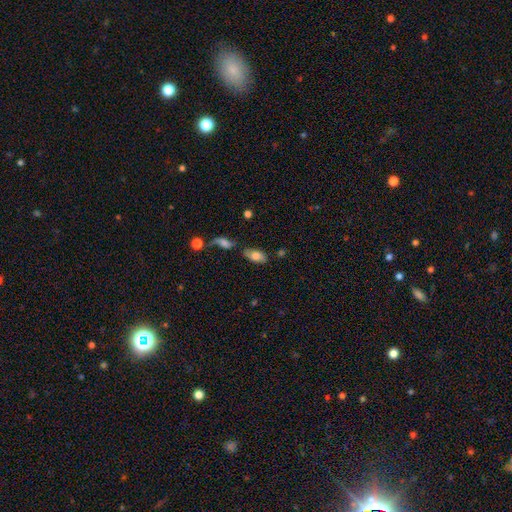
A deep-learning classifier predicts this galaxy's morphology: Smooth or featured?
  - smooth: 72% *
  - featured or disk: 20%
  - star or artifact: 8%
How rounded?
  - in between: 91% *
  - cigar-shaped: 5%
  - round: 4%
Merging?
  - none: 67% *
  - minor disturbance: 17%
  - merger: 10%
  - major disturbance: 5%